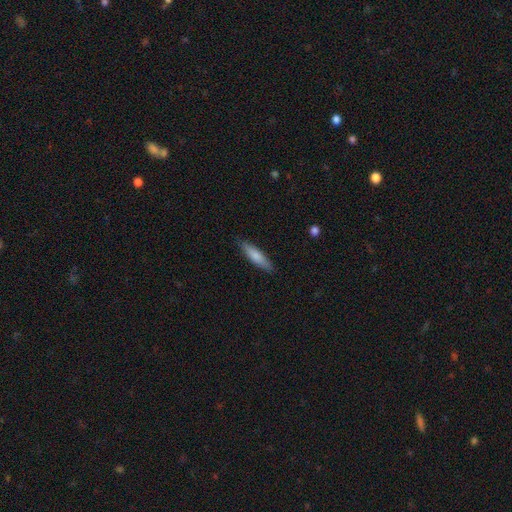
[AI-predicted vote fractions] Morphology: type=smooth (76%); roundness=cigar-shaped (74%); merging=none (86%).